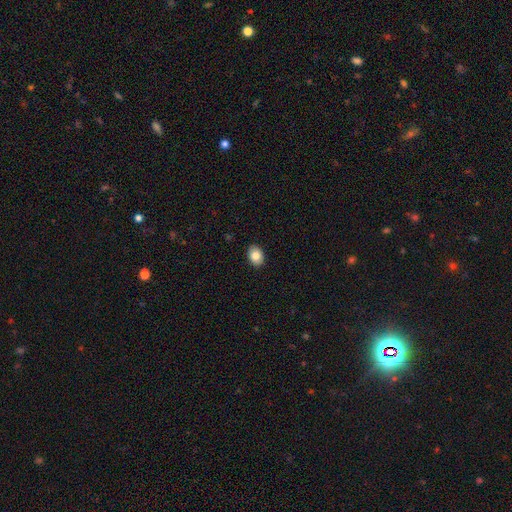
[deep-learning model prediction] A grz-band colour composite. It shows a smooth galaxy with no disk features (84%) that is in between round and cigar-shaped (78%). Merging: none (90%).